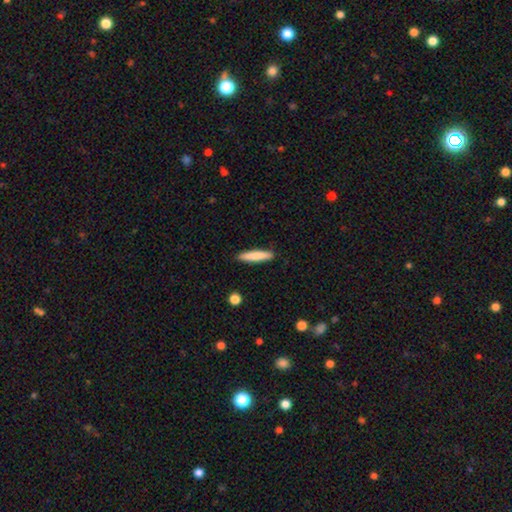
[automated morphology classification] The model was most divided on "smooth or featured": smooth: 81%, featured or disk: 13%, star or artifact: 6%. More confident: merging — none (90%); how rounded — cigar-shaped (89%).